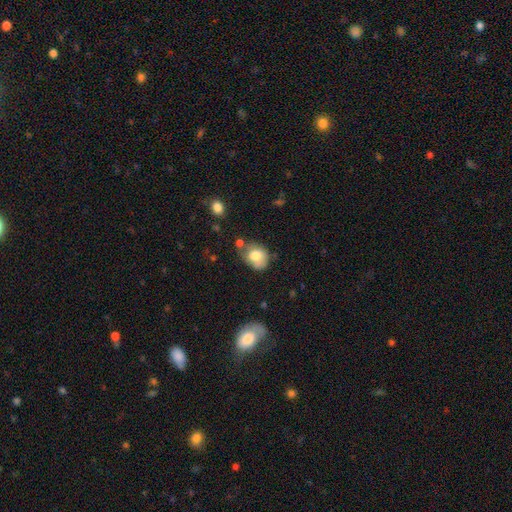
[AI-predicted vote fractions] This is likely a smooth galaxy (74%). How rounded: possibly in between (56%). Merging: possibly none (46%).